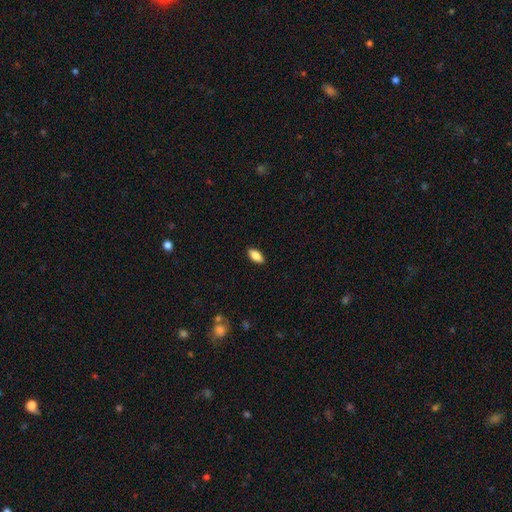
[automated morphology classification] smooth 82%, featured or disk 11%, star or artifact 7%. Down the decision tree: how rounded — in between (82%); merging — none (89%).